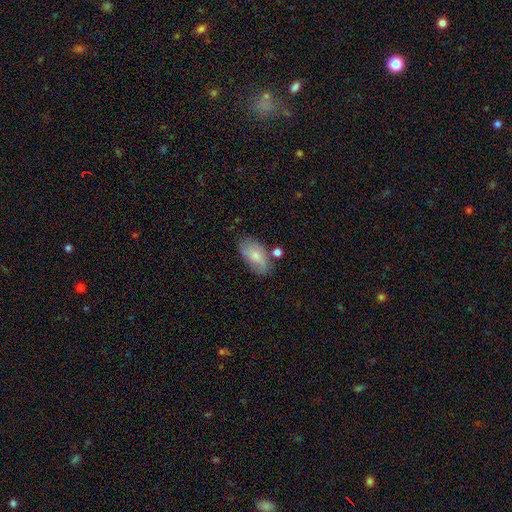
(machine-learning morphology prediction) smooth_or_featured: smooth (p=0.74) [alt: featured or disk p=0.19]
how_rounded: in between (p=0.93) [alt: round p=0.04]
merging: none (p=0.62) [alt: minor disturbance p=0.23]